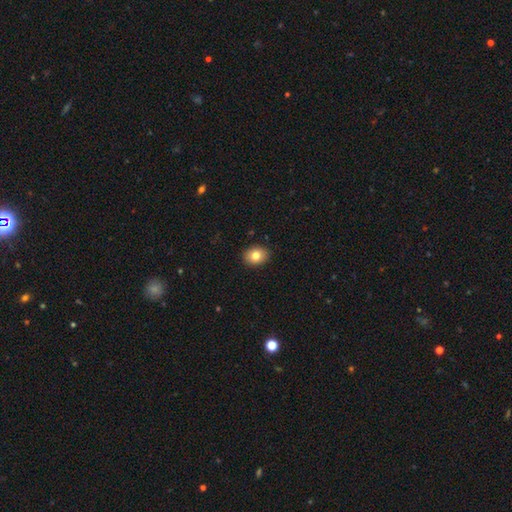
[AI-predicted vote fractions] Overall: smooth (80%). How rounded: in between (55%; round 44%). Merging: none (90%).